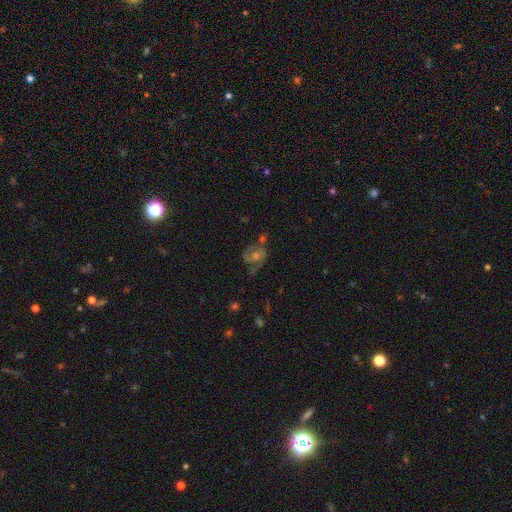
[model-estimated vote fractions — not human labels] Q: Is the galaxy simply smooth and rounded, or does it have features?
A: featured or disk — 66%.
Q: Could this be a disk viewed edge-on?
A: no — 97%.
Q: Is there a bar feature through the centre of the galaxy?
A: no — 63%.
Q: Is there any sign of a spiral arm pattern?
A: yes — 83%.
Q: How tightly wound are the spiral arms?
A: medium — 47%.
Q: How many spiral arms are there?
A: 2 — 66%.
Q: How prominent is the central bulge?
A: moderate — 55%.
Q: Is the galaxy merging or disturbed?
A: none — 60%.